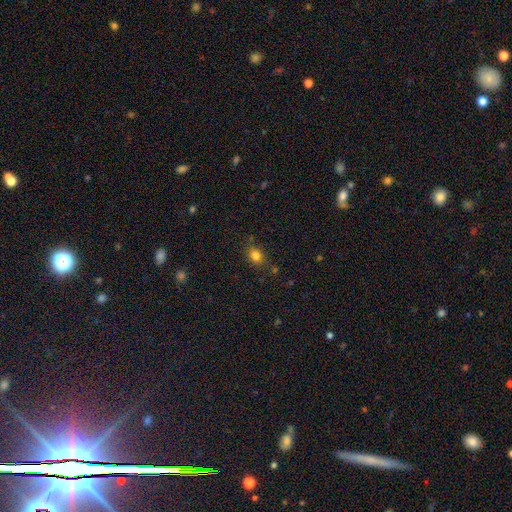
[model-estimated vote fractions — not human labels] The model was most divided on "how rounded": round: 60%, in between: 39%, cigar-shaped: 1%. More confident: smooth or featured — smooth (80%); merging — none (77%).